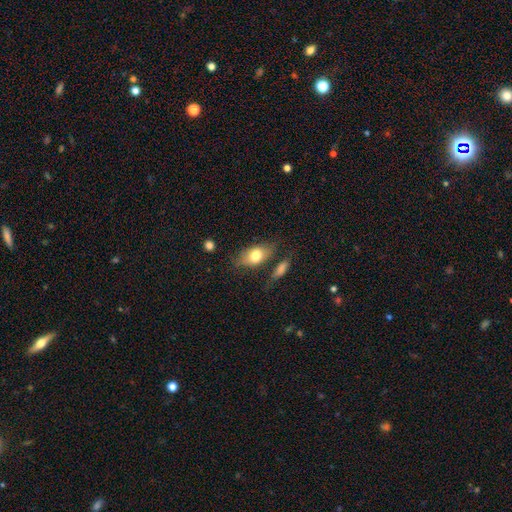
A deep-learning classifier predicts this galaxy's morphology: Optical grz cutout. It shows a smooth galaxy with no disk features (75%) that is in between round and cigar-shaped (85%). Merging: none (61%).